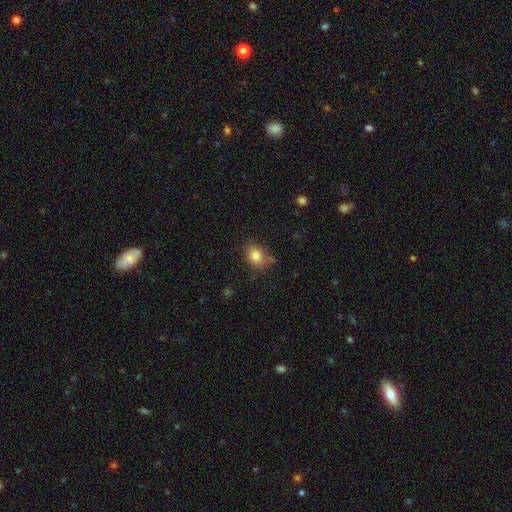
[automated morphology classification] Smooth or featured: smooth — 82% (star or artifact — 10%)
How rounded: in between — 50% (round — 49%)
Merging: none — 68% (minor disturbance — 20%)